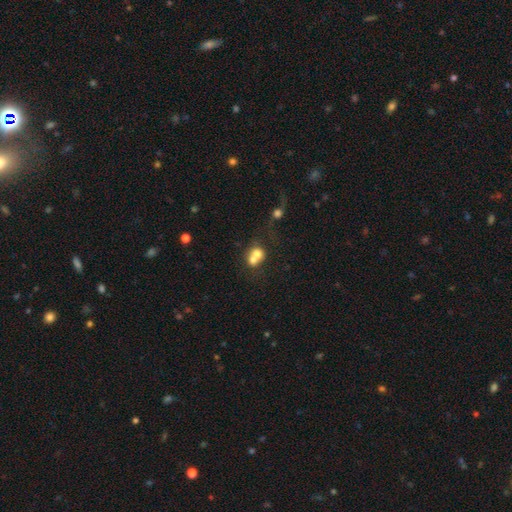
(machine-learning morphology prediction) A smooth galaxy with no disk features (66%) that is round (67%).

Vote fractions:
- Smooth or featured? smooth: 66% / featured or disk: 24% / star or artifact: 11%
- How rounded? round: 67% / in between: 32% / cigar-shaped: 1%
- Merging? merger: 69% / none: 20% / minor disturbance: 6% / major disturbance: 5%